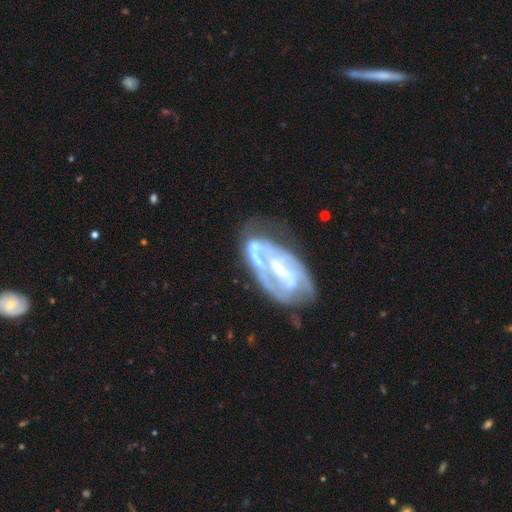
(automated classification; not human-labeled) Smooth or featured? Predicted: featured or disk (p=0.75). Edge-on disk? Predicted: no (p=0.95). Bar? Predicted: no (p=0.38). Spiral arms? Predicted: yes (p=0.55). Bulge size? Predicted: small (p=0.38). Merging? Predicted: none (p=0.31, tied with major disturbance).